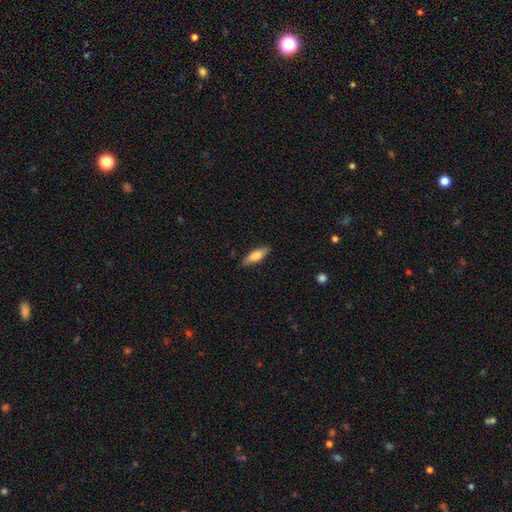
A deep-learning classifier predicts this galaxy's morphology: smooth 70%, featured or disk 23%, star or artifact 6%. Down the decision tree: how rounded — in between (52%); merging — none (86%).